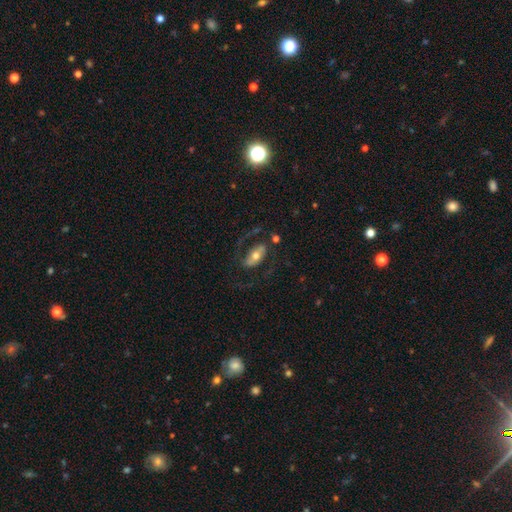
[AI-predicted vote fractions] Smooth or featured: featured or disk — 61% (smooth — 32%)
Edge-on disk: no — 90% (yes — 10%)
Bar: no — 37% (strong — 36%)
Spiral arms: yes — 71% (no — 29%)
Bulge size: moderate — 67% (small — 19%)
Merging: none — 61% (major disturbance — 21%)